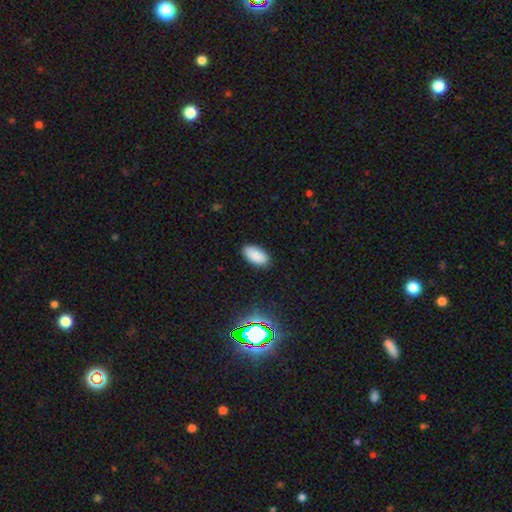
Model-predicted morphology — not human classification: This is clearly a smooth galaxy (86%). How rounded: clearly in between (94%). Merging: clearly none (87%).